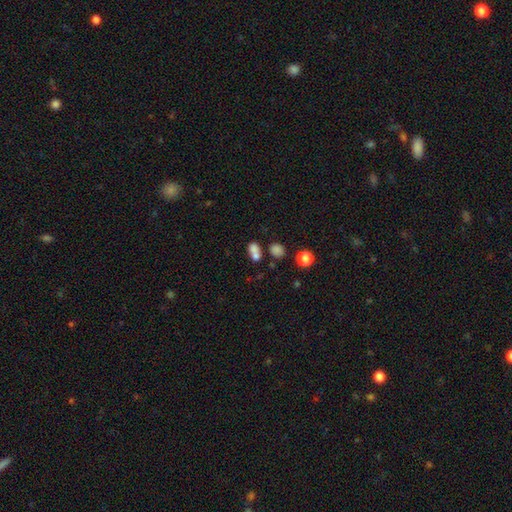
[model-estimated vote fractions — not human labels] This is likely a smooth galaxy (74%). How rounded: likely in between (61%). Merging: possibly merger (54%).